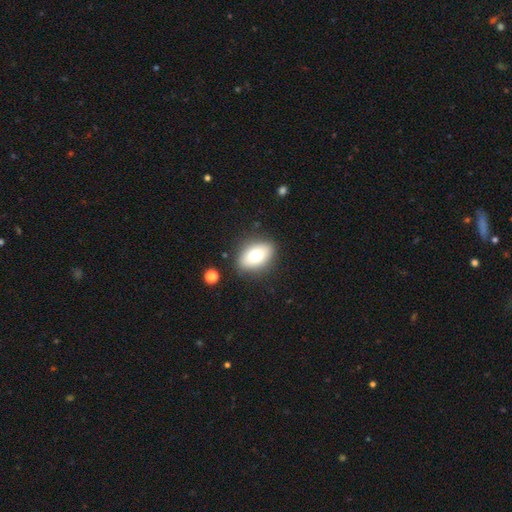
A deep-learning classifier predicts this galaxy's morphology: A smooth galaxy with no disk features (74%) that is in between round and cigar-shaped (85%). Merging: none (85%).